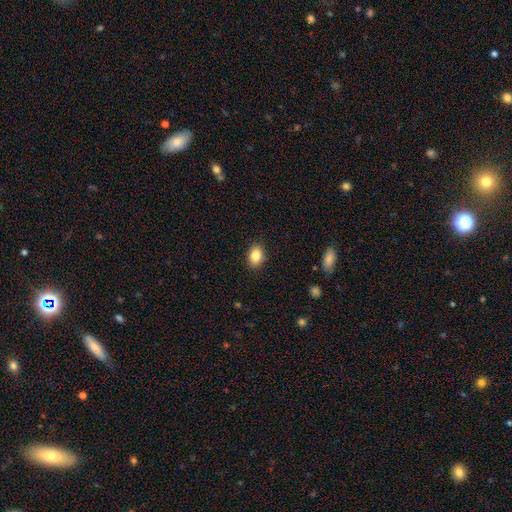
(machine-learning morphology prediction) smooth_or_featured: smooth (p=0.85) [alt: star or artifact p=0.08]
how_rounded: in between (p=0.80) [alt: round p=0.19]
merging: none (p=0.89) [alt: minor disturbance p=0.08]